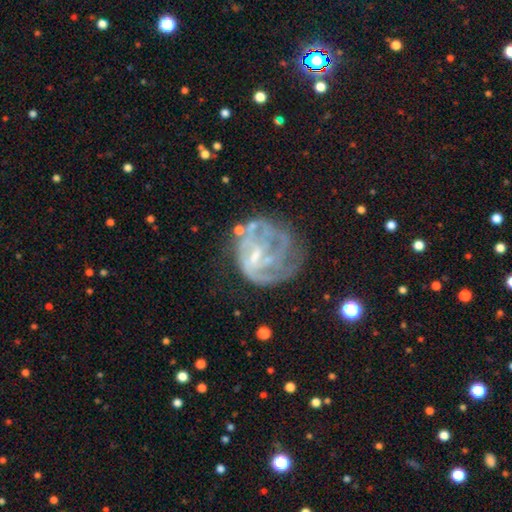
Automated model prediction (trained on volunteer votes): Q: Smooth or featured?
A: featured or disk (76%); runner-up: smooth (15%)
Q: Edge-on disk?
A: no (98%); runner-up: yes (2%)
Q: Bar?
A: weak (44%); tied with: no (44%)
Q: Spiral arms?
A: yes (68%); runner-up: no (32%)
Q: Spiral winding?
A: tight (43%); runner-up: medium (36%)
Q: Spiral arm count?
A: can't tell (44%); runner-up: 2 (19%)
Q: Bulge size?
A: small (46%); runner-up: none (30%)
Q: Merging?
A: none (40%); runner-up: major disturbance (33%)